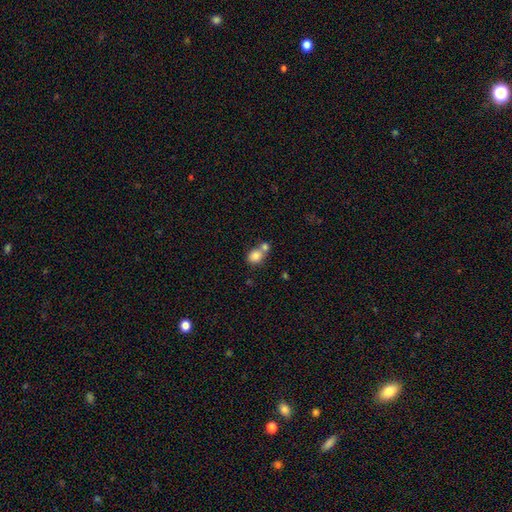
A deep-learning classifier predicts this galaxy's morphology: Smooth or featured? Predicted: smooth (p=0.81). How rounded? Predicted: round (p=0.59). Merging? Predicted: merger (p=0.52).